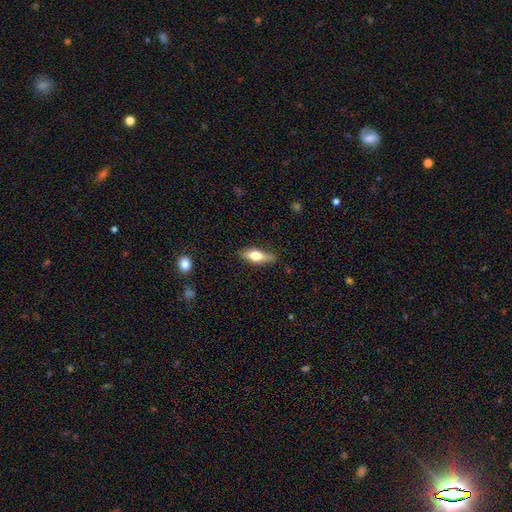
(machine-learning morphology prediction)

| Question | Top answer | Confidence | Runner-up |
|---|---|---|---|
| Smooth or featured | smooth | 57% | featured or disk (37%) |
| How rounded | in between | 57% | cigar-shaped (40%) |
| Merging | none | 82% | minor disturbance (14%) |